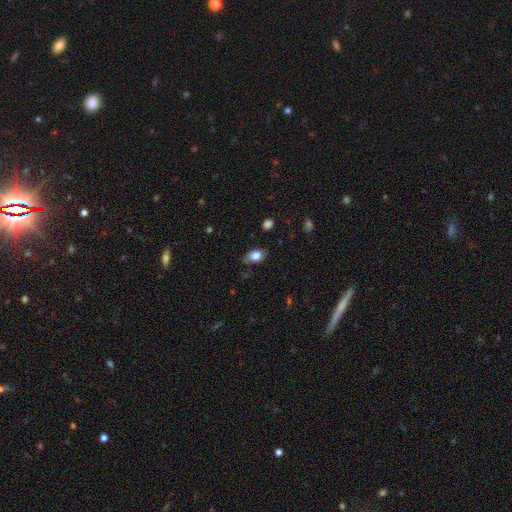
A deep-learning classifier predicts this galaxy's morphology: smooth_or_featured: smooth (p=0.81) [alt: featured or disk p=0.10]
how_rounded: in between (p=0.83) [alt: round p=0.15]
merging: none (p=0.70) [alt: minor disturbance p=0.23]